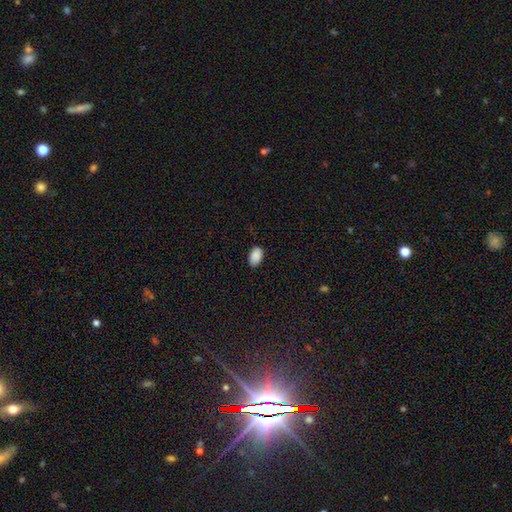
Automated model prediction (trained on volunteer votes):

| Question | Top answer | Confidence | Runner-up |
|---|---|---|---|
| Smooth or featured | smooth | 90% | star or artifact (7%) |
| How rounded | in between | 92% | round (7%) |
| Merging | none | 85% | minor disturbance (12%) |